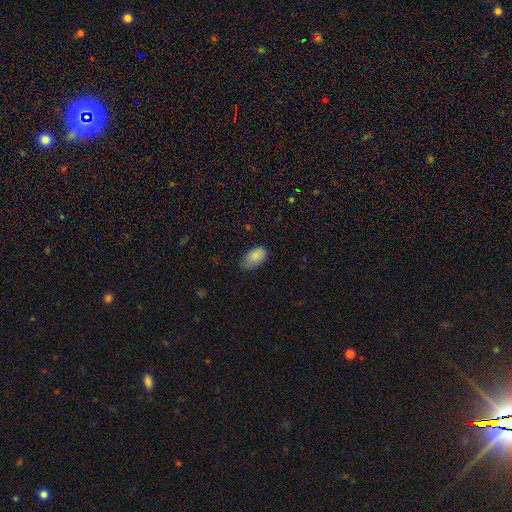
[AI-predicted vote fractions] A smooth galaxy with no disk features (87%) that is in between round and cigar-shaped (94%). Merging: none (62%).